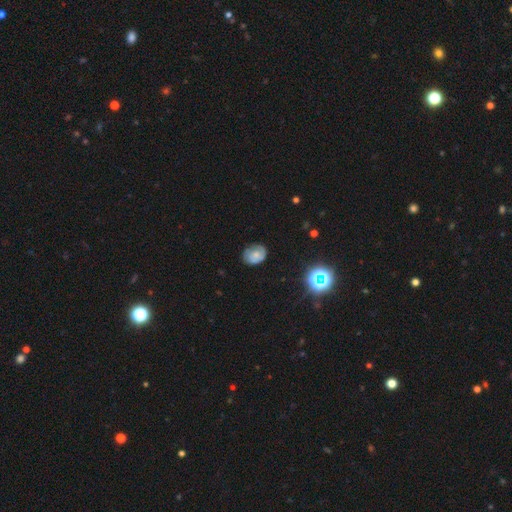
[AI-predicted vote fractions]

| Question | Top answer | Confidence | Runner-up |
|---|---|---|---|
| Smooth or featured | smooth | 49% | featured or disk (38%) |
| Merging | none | 69% | minor disturbance (23%) |